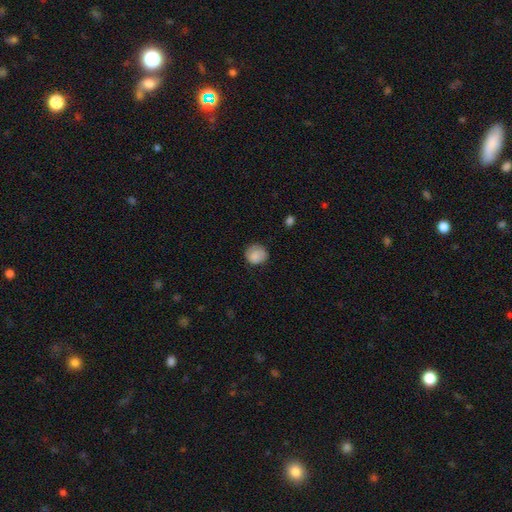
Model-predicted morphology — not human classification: Overall: smooth (84%). How rounded: round (85%). Merging: none (75%).